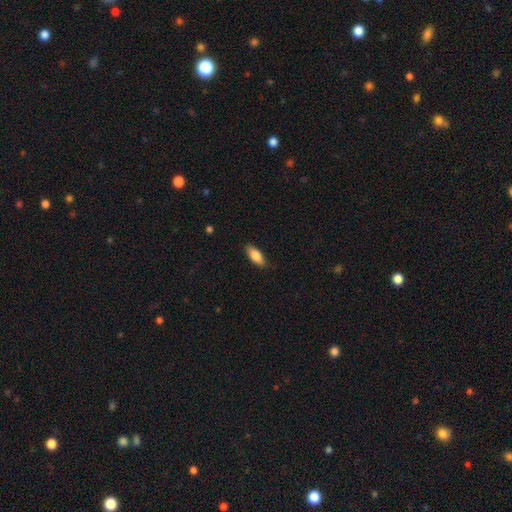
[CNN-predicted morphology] Smooth or featured? Predicted: smooth (p=0.84). How rounded? Predicted: in between (p=0.79). Merging? Predicted: none (p=0.84).